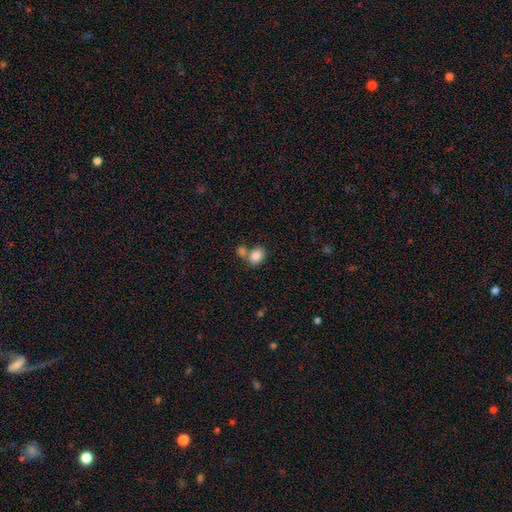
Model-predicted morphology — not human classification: Smooth or featured: smooth — 85% (star or artifact — 9%)
How rounded: in between — 56% (round — 43%)
Merging: none — 51% (merger — 35%)